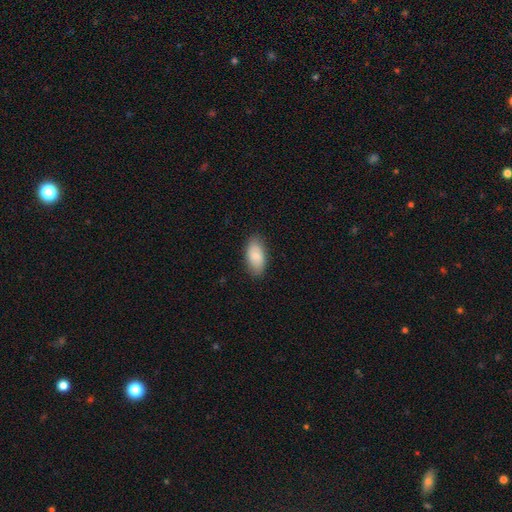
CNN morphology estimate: Overall: smooth (82%). How rounded: in between (93%). Merging: none (86%).